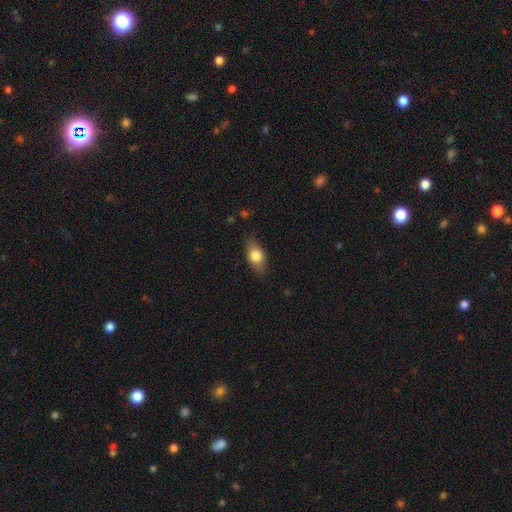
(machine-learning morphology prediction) Smooth or featured? smooth (76%)
How rounded? in between (84%)
Merging? none (83%)